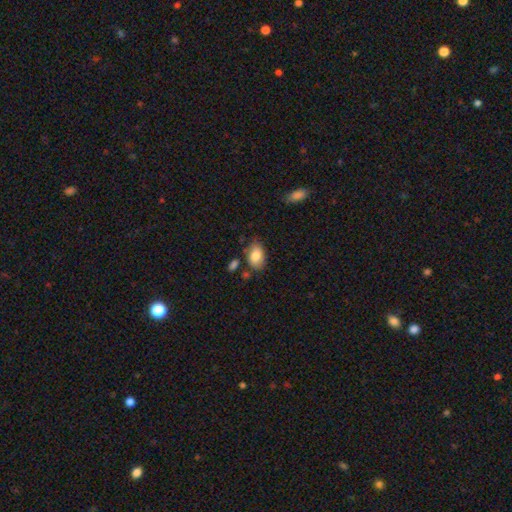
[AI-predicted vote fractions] Q: Smooth or featured?
A: smooth (82%); runner-up: featured or disk (11%)
Q: How rounded?
A: in between (90%); runner-up: round (8%)
Q: Merging?
A: none (70%); runner-up: minor disturbance (19%)